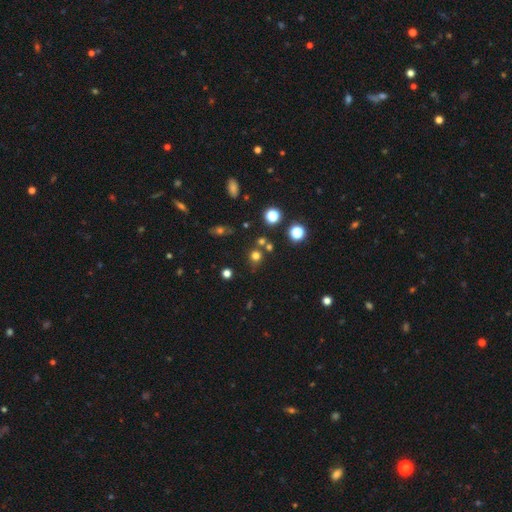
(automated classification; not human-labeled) Smooth or featured?
  - smooth: 69% *
  - star or artifact: 24%
  - featured or disk: 7%
How rounded?
  - round: 89% *
  - in between: 10%
  - cigar-shaped: 1%
Merging?
  - none: 74% *
  - merger: 13%
  - minor disturbance: 9%
  - major disturbance: 3%